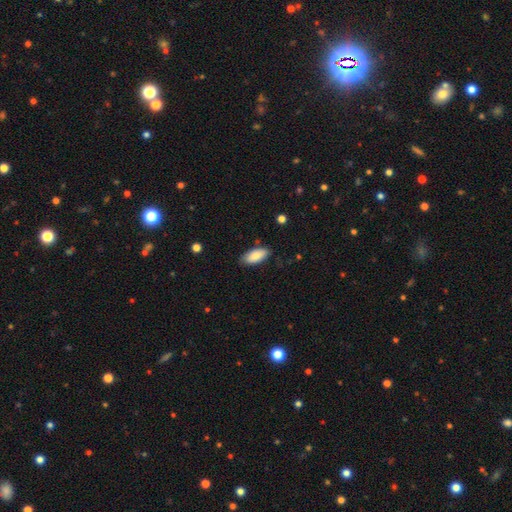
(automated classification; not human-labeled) smooth-or-featured: smooth: 85% | featured or disk: 9% | star or artifact: 6%
  how-rounded: in between: 87% | cigar-shaped: 11% | round: 2%
  merging: none: 83% | minor disturbance: 13% | major disturbance: 2% | merger: 1%